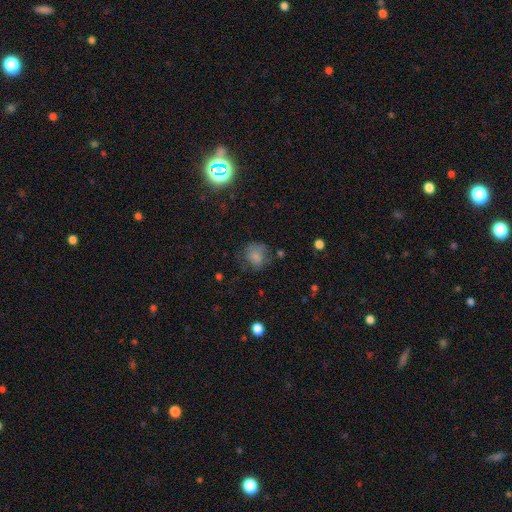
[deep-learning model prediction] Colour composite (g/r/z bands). It shows a smooth galaxy with no disk features (75%) that is round (72%). Merging: none (59%).